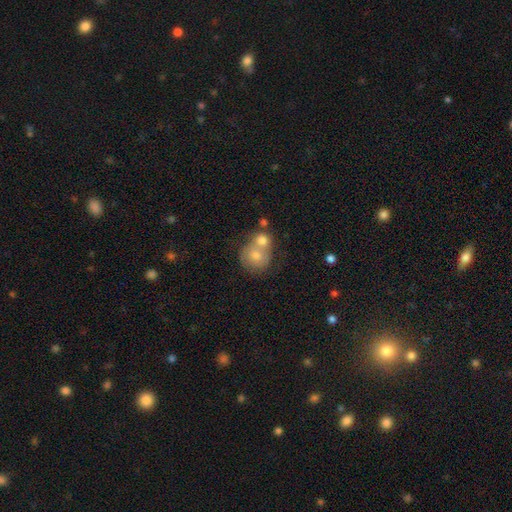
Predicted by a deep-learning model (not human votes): This appears to be a smooth galaxy with no disk features (72%) that is round (80%). Merging: merger (60%).